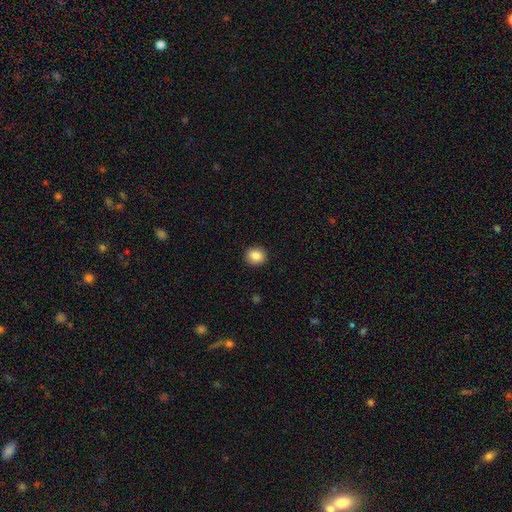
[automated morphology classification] Overall: smooth (86%). How rounded: round (82%). Merging: none (92%).